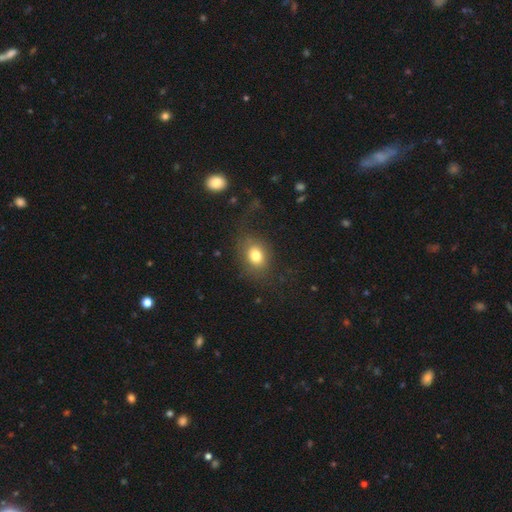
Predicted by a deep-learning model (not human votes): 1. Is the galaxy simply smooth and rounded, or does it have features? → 78% smooth, 11% featured or disk, 11% star or artifact.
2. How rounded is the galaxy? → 58% in between, 41% round, 1% cigar-shaped.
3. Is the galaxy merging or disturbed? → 67% none, 16% minor disturbance, 15% major disturbance, 2% merger.